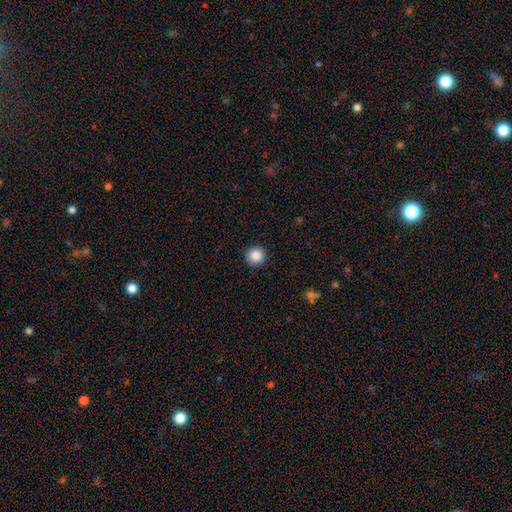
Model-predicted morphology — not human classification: Smooth or featured?
  - smooth: 87% *
  - star or artifact: 9%
  - featured or disk: 4%
How rounded?
  - round: 95% *
  - in between: 4%
  - cigar-shaped: 1%
Merging?
  - none: 92% *
  - minor disturbance: 5%
  - major disturbance: 2%
  - merger: 1%